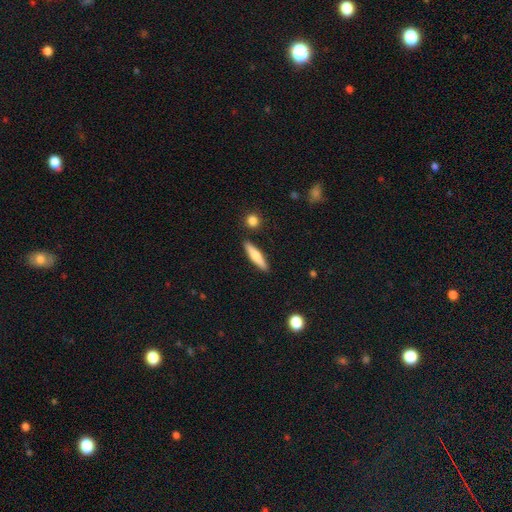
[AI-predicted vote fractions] Q: Smooth or featured?
A: smooth (62%); runner-up: featured or disk (32%)
Q: How rounded?
A: cigar-shaped (83%); runner-up: in between (15%)
Q: Merging?
A: none (88%); runner-up: minor disturbance (7%)